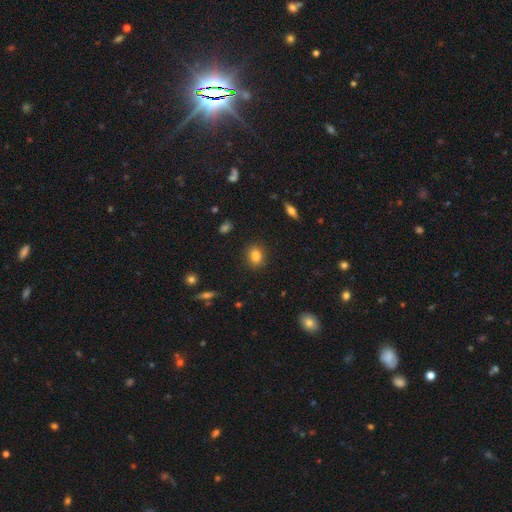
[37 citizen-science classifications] This appears to be a smooth galaxy with no disk features (95%) that is round (54%). Merging: none (94%).